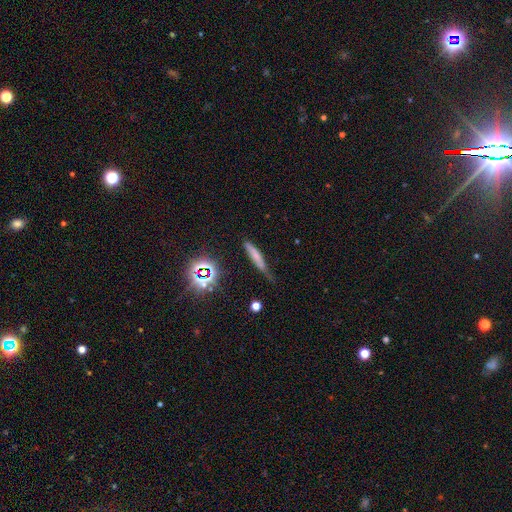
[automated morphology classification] The model was most divided on "merging": none: 50%, minor disturbance: 34%, major disturbance: 12%, merger: 4%. More confident: how rounded — cigar-shaped (86%); smooth or featured — smooth (56%).